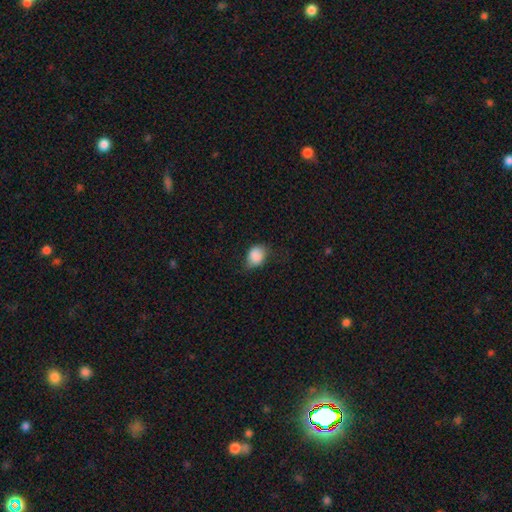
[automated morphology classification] smooth_or_featured: smooth (p=0.86) [alt: star or artifact p=0.08]
how_rounded: in between (p=0.63) [alt: round p=0.36]
merging: none (p=0.56) [alt: minor disturbance p=0.33]